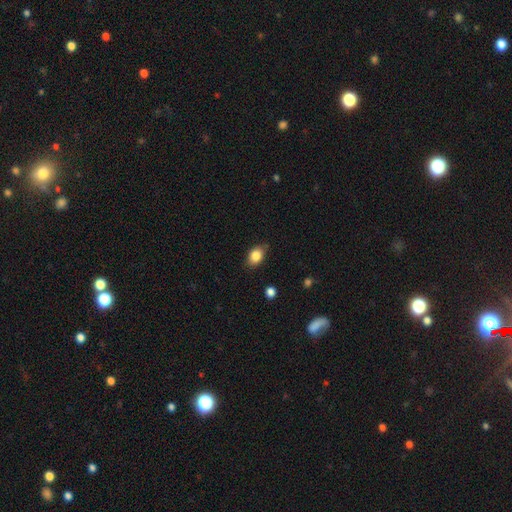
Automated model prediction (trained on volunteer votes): smooth_or_featured: smooth (p=0.85) [alt: star or artifact p=0.08]
how_rounded: in between (p=0.76) [alt: round p=0.23]
merging: none (p=0.80) [alt: minor disturbance p=0.16]